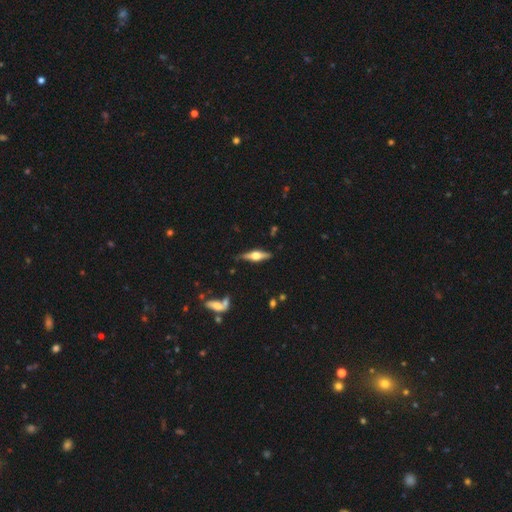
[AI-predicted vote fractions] The model was most divided on "smooth or featured": featured or disk: 74%, smooth: 20%, star or artifact: 6%. More confident: edge-on disk — yes (96%); edge-on bulge — rounded (94%); merging — none (85%).